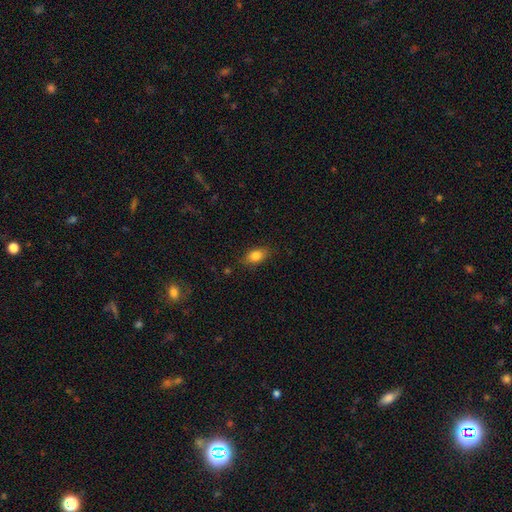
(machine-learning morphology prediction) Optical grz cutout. It shows a smooth galaxy with no disk features (82%) that is in between round and cigar-shaped (85%). Merging: none (83%).